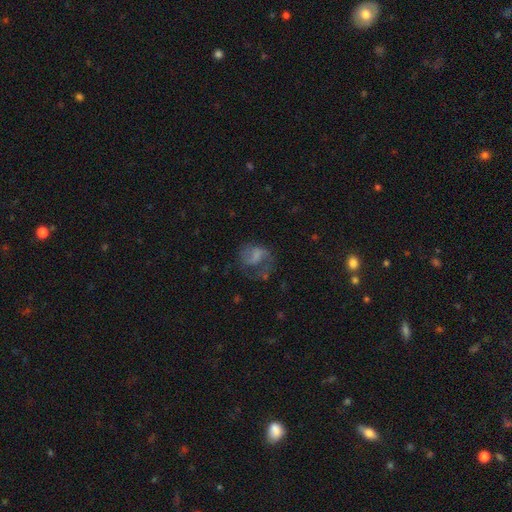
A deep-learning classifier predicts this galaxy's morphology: This is possibly a featured or disk galaxy (46%). Merging: marginally none (38%).